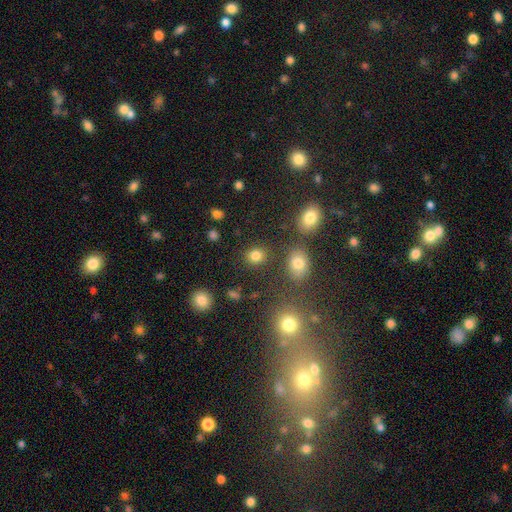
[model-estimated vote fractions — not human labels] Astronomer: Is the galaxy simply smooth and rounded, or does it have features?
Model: smooth — 80%.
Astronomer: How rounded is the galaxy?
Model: round — 67%.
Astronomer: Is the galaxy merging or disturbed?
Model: none — 82%.